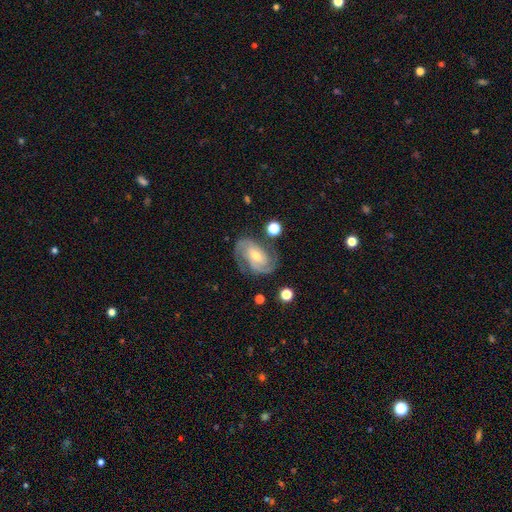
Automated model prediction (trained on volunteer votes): Smooth or featured: featured or disk — 84% (smooth — 10%)
Edge-on disk: no — 97% (yes — 3%)
Bar: no — 45% (weak — 40%)
Spiral arms: yes — 96% (no — 4%)
Spiral winding: tight — 48% (medium — 42%)
Spiral arm count: 2 — 66% (3 — 14%)
Bulge size: small — 51% (moderate — 43%)
Merging: none — 72% (minor disturbance — 17%)